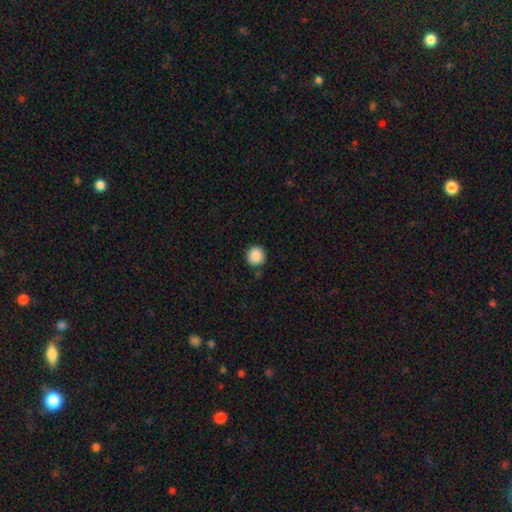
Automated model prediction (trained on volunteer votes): This is clearly a smooth galaxy (88%). How rounded: clearly round (94%). Merging: clearly none (88%).